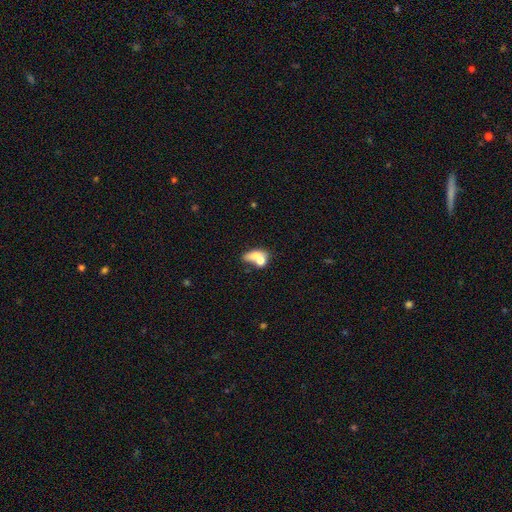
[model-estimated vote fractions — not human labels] smooth-or-featured: smooth: 64% | featured or disk: 26% | star or artifact: 10%
  how-rounded: in between: 67% | round: 26% | cigar-shaped: 7%
  merging: merger: 61% | none: 22% | minor disturbance: 9% | major disturbance: 8%